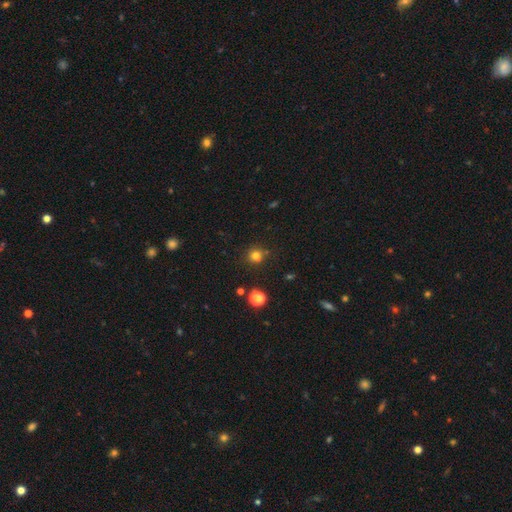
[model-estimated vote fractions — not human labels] Overall: smooth (76%). How rounded: round (89%). Merging: none (77%).